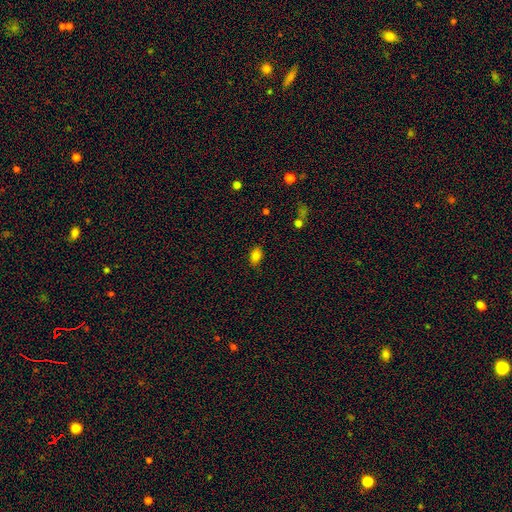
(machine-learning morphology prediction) smooth_or_featured: smooth (p=0.82) [alt: star or artifact p=0.12]
how_rounded: in between (p=0.84) [alt: round p=0.14]
merging: none (p=0.83) [alt: minor disturbance p=0.13]